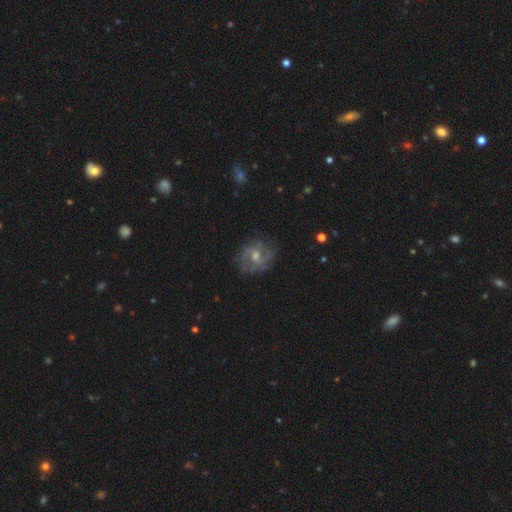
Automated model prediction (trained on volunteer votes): The model was most divided on "spiral arm count": can't tell: 30%, 2: 27%, 3: 24%, 4: 8%, 1: 5%, more than 4: 5%. Remaining: edge-on disk — no (97%); spiral arms — yes (90%); merging — none (78%); smooth or featured — featured or disk (75%); bulge size — moderate (65%); bar — no (59%); spiral winding — tight (48%).